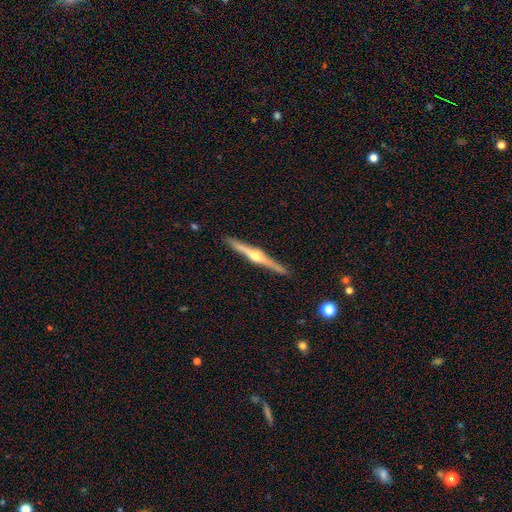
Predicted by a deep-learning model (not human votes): The model was most divided on "smooth or featured": featured or disk: 81%, smooth: 15%, star or artifact: 5%. More confident: edge-on disk — yes (98%); edge-on bulge — rounded (94%); merging — none (91%).